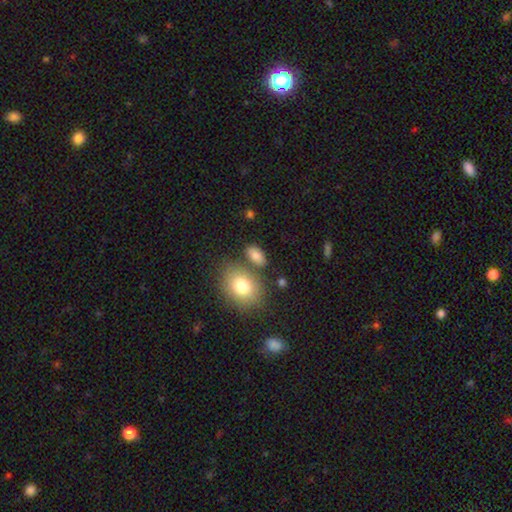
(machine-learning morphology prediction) smooth_or_featured: smooth (p=0.82) [alt: star or artifact p=0.09]
how_rounded: in between (p=0.88) [alt: round p=0.09]
merging: none (p=0.68) [alt: minor disturbance p=0.15]